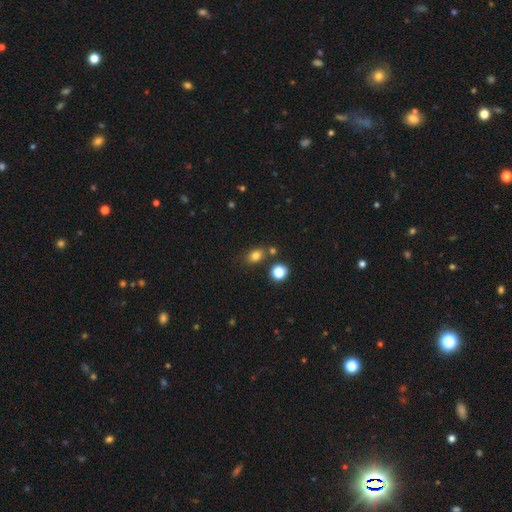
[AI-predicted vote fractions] Smooth or featured? smooth (79%)
How rounded? in between (59%)
Merging? none (73%)